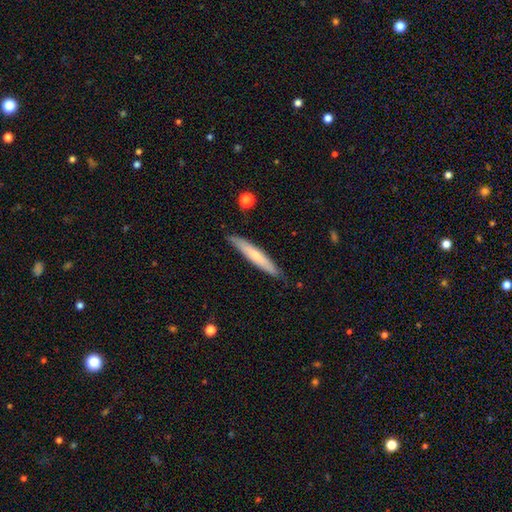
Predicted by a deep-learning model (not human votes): A smooth galaxy with no disk features (61%) that is cigar-shaped (93%). Merging: none (85%).